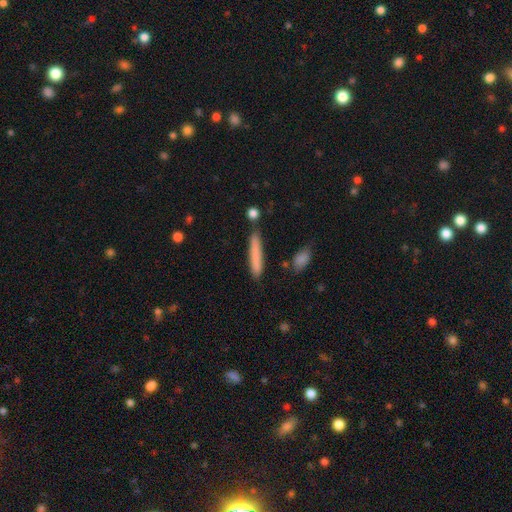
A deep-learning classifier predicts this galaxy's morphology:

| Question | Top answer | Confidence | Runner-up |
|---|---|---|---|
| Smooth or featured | smooth | 77% | featured or disk (16%) |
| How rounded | cigar-shaped | 93% | in between (5%) |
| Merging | none | 82% | minor disturbance (11%) |